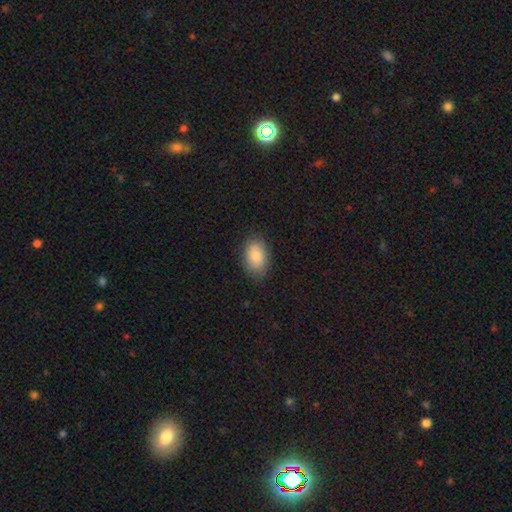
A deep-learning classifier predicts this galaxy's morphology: The model was most divided on "merging": none: 84%, minor disturbance: 12%, major disturbance: 3%, merger: 1%. More confident: how rounded — in between (88%); smooth or featured — smooth (86%).